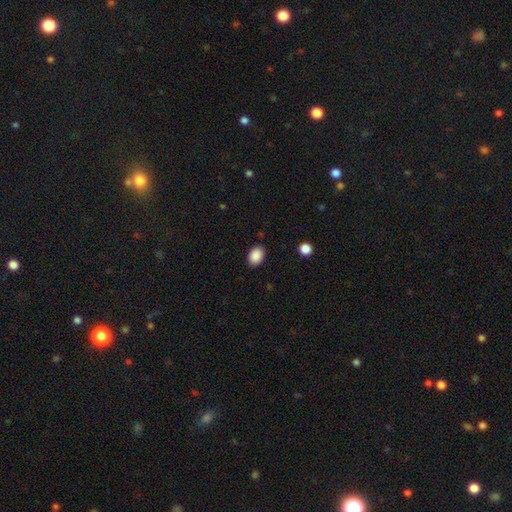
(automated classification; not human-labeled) A smooth galaxy with no disk features (89%) that is in between round and cigar-shaped (73%). Merging: none (87%).